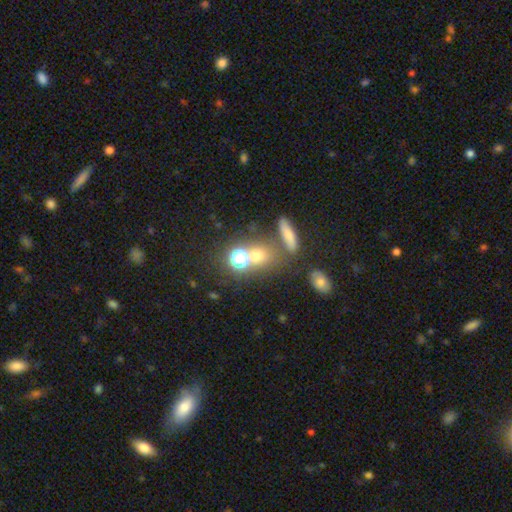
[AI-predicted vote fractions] This is possibly a smooth galaxy (58%). How rounded: likely round (68%). Merging: possibly none (57%).